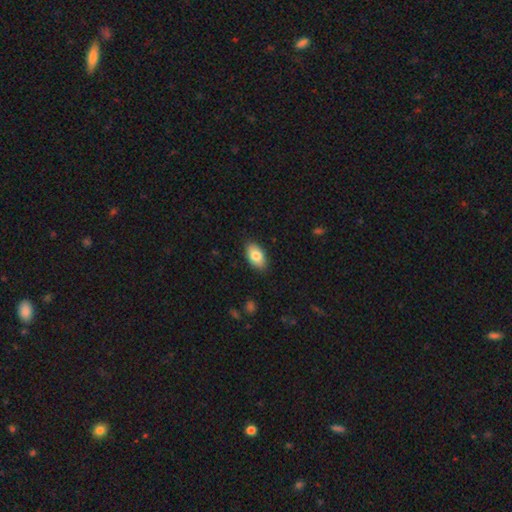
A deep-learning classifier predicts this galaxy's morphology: smooth-or-featured: smooth: 82% | featured or disk: 12% | star or artifact: 7%
  how-rounded: in between: 93% | round: 5% | cigar-shaped: 2%
  merging: none: 87% | minor disturbance: 10% | major disturbance: 2% | merger: 1%